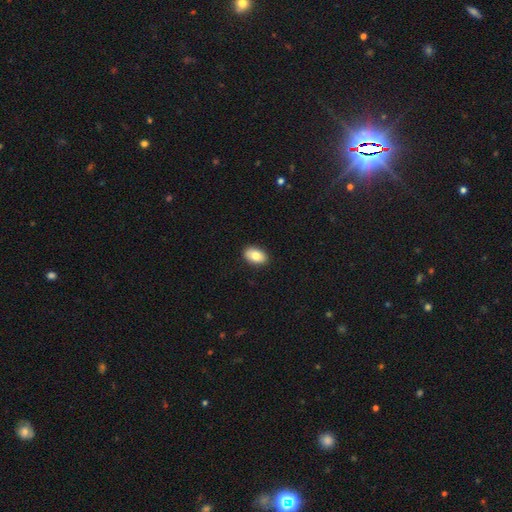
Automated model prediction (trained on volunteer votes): Smooth or featured?
  - smooth: 80% *
  - featured or disk: 13%
  - star or artifact: 7%
How rounded?
  - in between: 91% *
  - round: 7%
  - cigar-shaped: 2%
Merging?
  - none: 89% *
  - minor disturbance: 8%
  - major disturbance: 2%
  - merger: 1%